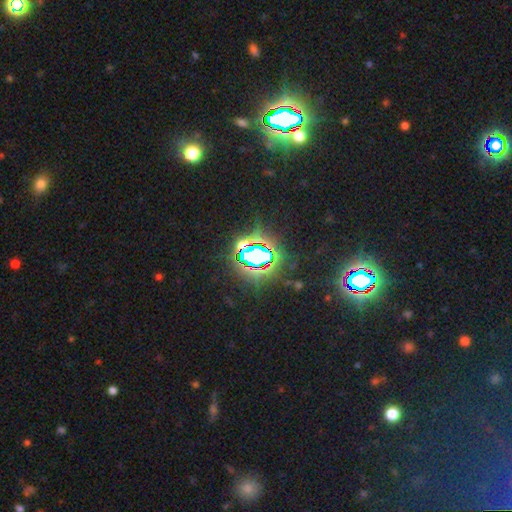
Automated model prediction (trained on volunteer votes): Morphology: type=star or artifact (79%).